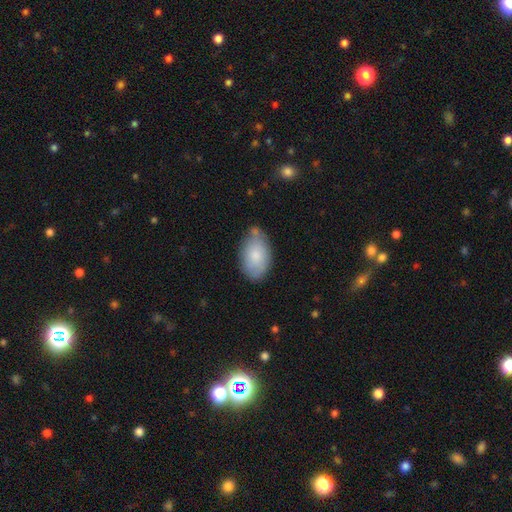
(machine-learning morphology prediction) Smooth or featured: smooth — 80% (featured or disk — 14%)
How rounded: in between — 93% (round — 6%)
Merging: none — 66% (minor disturbance — 23%)